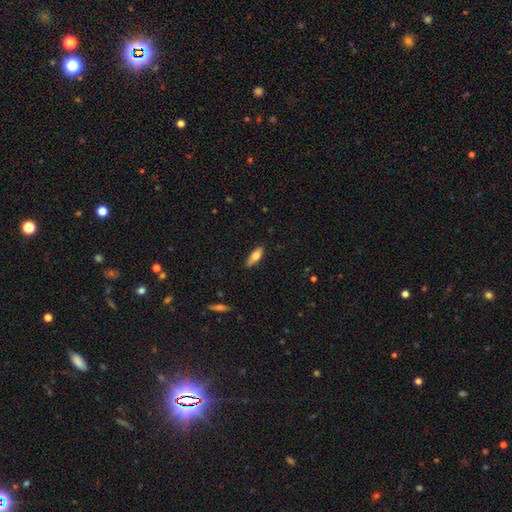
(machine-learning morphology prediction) Overall: smooth (72%). How rounded: in between (61%; cigar-shaped 37%). Merging: none (86%).